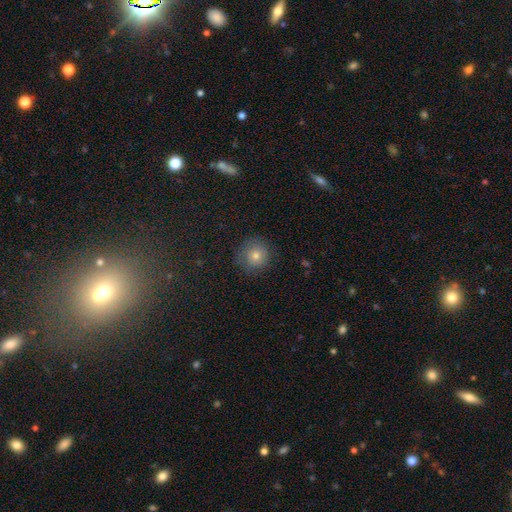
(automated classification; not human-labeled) smooth-or-featured: smooth: 71% | star or artifact: 15% | featured or disk: 14%
  how-rounded: round: 93% | in between: 6% | cigar-shaped: 1%
  merging: none: 82% | minor disturbance: 12% | major disturbance: 4% | merger: 1%